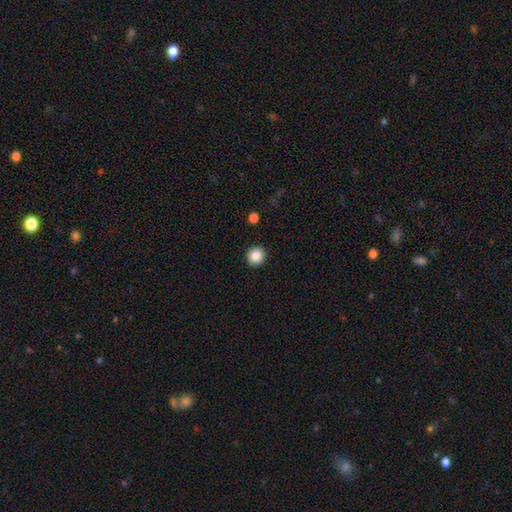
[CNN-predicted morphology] Smooth or featured? Predicted: smooth (p=0.86). How rounded? Predicted: round (p=0.92). Merging? Predicted: none (p=0.92).